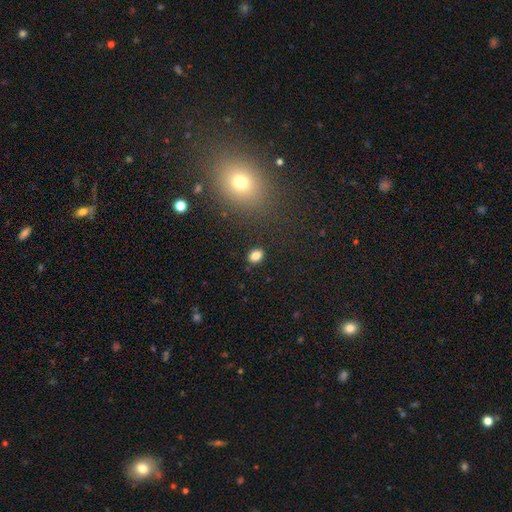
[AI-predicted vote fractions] smooth-or-featured: smooth: 83% | star or artifact: 11% | featured or disk: 6%
  how-rounded: in between: 69% | round: 29% | cigar-shaped: 1%
  merging: none: 87% | minor disturbance: 9% | major disturbance: 2% | merger: 2%